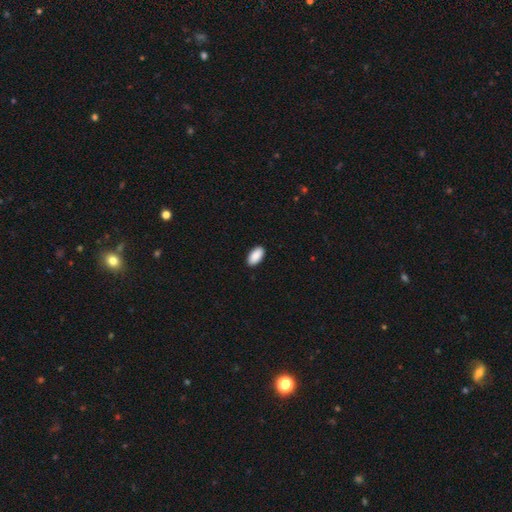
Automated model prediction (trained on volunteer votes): A smooth galaxy with no disk features (91%) that is in between round and cigar-shaped (95%). Merging: none (90%).